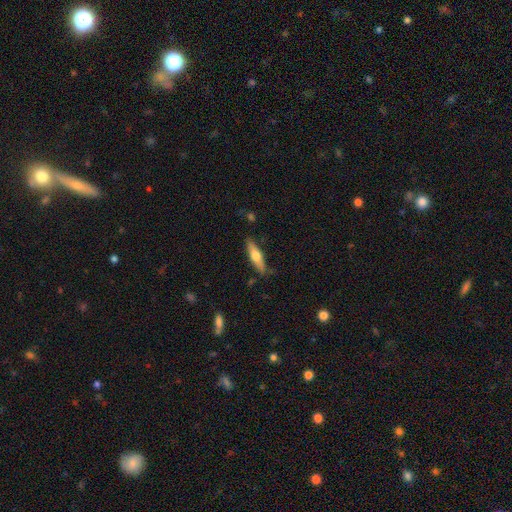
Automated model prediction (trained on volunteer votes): smooth 52%, featured or disk 42%, star or artifact 6%. Down the decision tree: how rounded — cigar-shaped (71%); merging — none (82%).